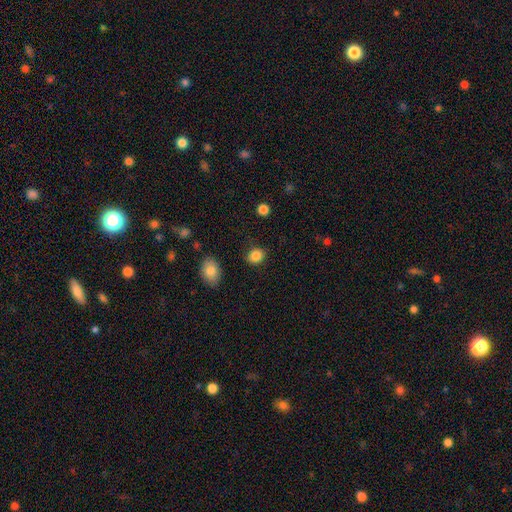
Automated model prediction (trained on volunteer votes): Smooth or featured? smooth (86%)
How rounded? round (69%)
Merging? none (86%)